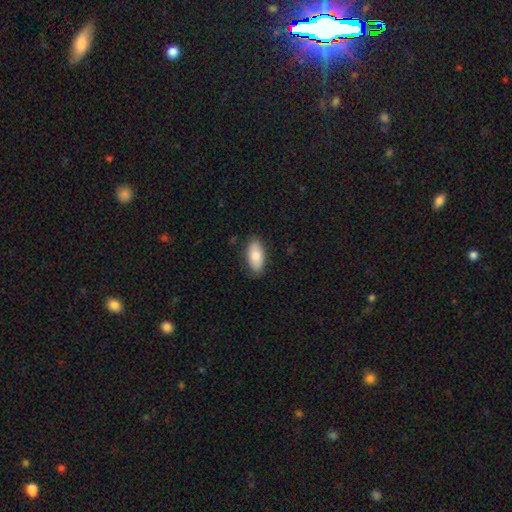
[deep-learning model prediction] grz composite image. It shows a smooth galaxy with no disk features (79%) that is in between round and cigar-shaped (91%). Merging: none (85%).